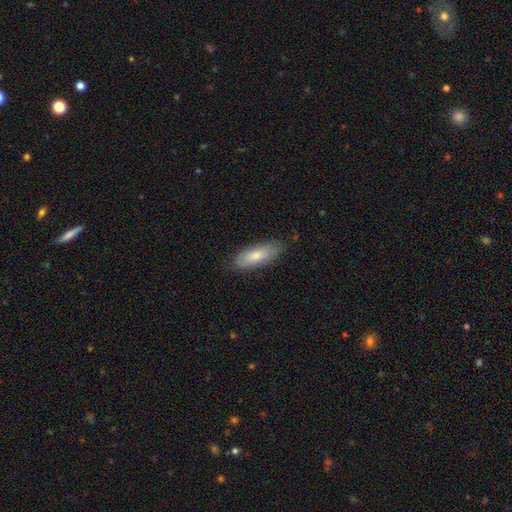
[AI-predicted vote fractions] Overall: smooth (79%). How rounded: in between (69%). Merging: none (82%).